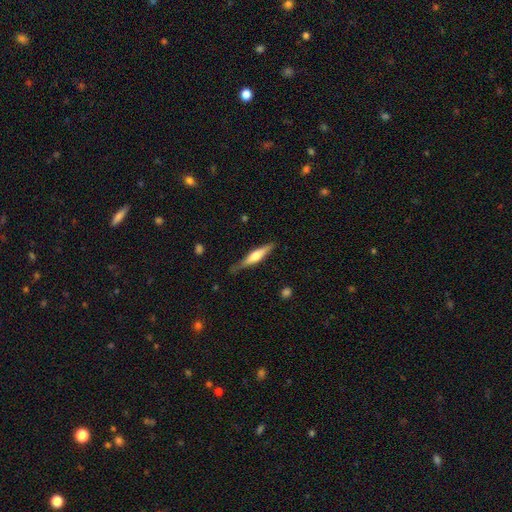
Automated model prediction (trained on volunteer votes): Smooth or featured: featured or disk — 58% (smooth — 36%)
Edge-on disk: yes — 96% (no — 4%)
Edge-on bulge: rounded — 83% (boxy — 11%)
Merging: none — 79% (minor disturbance — 16%)